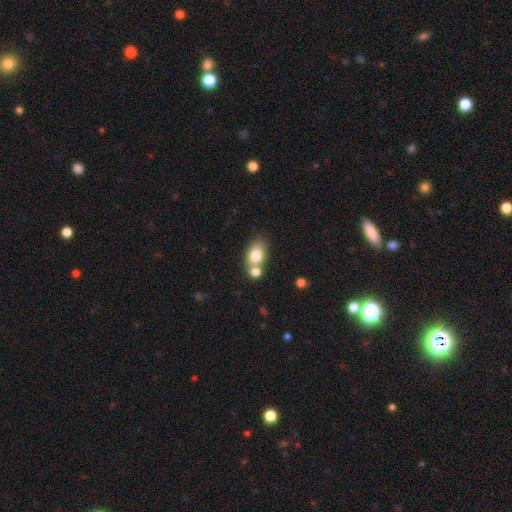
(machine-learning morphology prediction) Smooth or featured: smooth — 78% (featured or disk — 13%)
How rounded: in between — 79% (round — 18%)
Merging: none — 49% (merger — 35%)